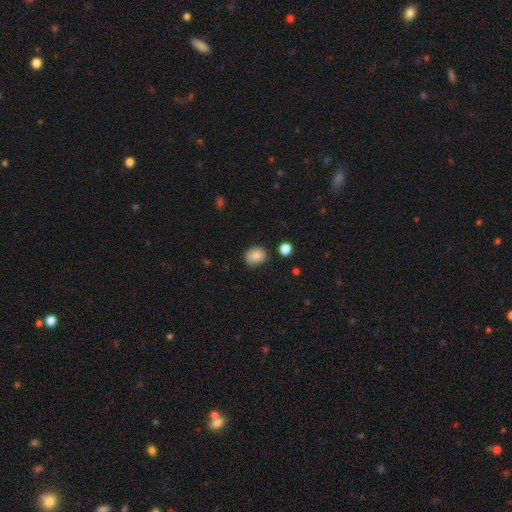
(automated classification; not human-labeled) smooth-or-featured: smooth: 78% | featured or disk: 12% | star or artifact: 9%
  how-rounded: round: 64% | in between: 35% | cigar-shaped: 1%
  merging: none: 71% | minor disturbance: 23% | major disturbance: 4% | merger: 2%